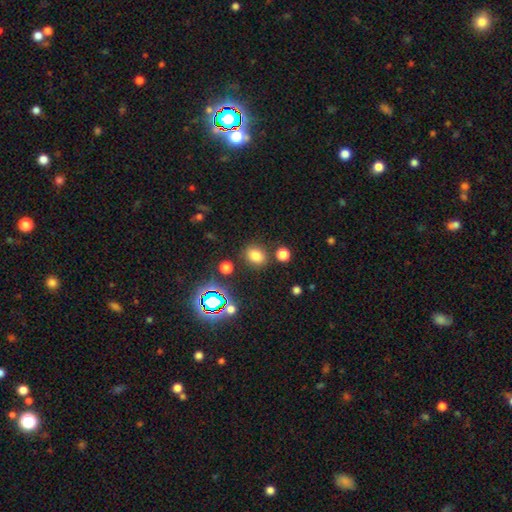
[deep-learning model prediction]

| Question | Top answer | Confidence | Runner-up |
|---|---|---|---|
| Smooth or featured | smooth | 76% | star or artifact (18%) |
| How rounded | round | 50% | in between (49%) |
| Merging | none | 80% | minor disturbance (10%) |